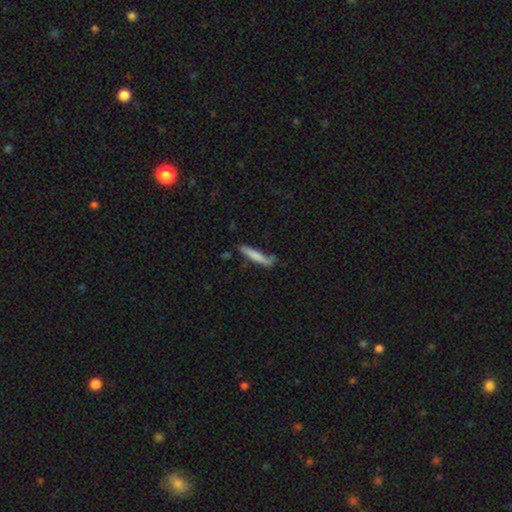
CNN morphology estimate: The model was most divided on "merging": none: 66%, minor disturbance: 23%, major disturbance: 6%, merger: 5%. More confident: how rounded — cigar-shaped (91%); smooth or featured — smooth (74%).